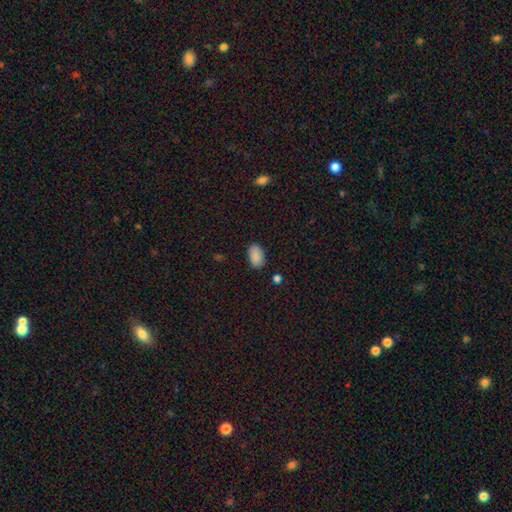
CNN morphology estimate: smooth 89%, star or artifact 8%, featured or disk 3%. Down the decision tree: how rounded — in between (94%); merging — none (86%).